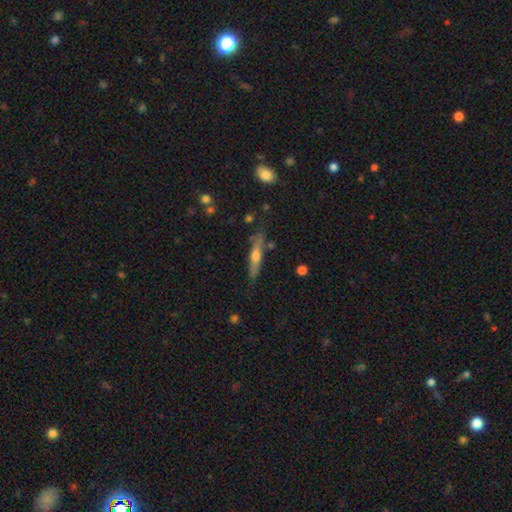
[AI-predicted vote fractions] Smooth or featured?
  - featured or disk: 56% *
  - smooth: 37%
  - star or artifact: 7%
Edge-on disk?
  - yes: 92% *
  - no: 8%
Edge-on bulge?
  - rounded: 78% *
  - none: 14%
  - boxy: 8%
Merging?
  - none: 79% *
  - minor disturbance: 14%
  - merger: 4%
  - major disturbance: 3%